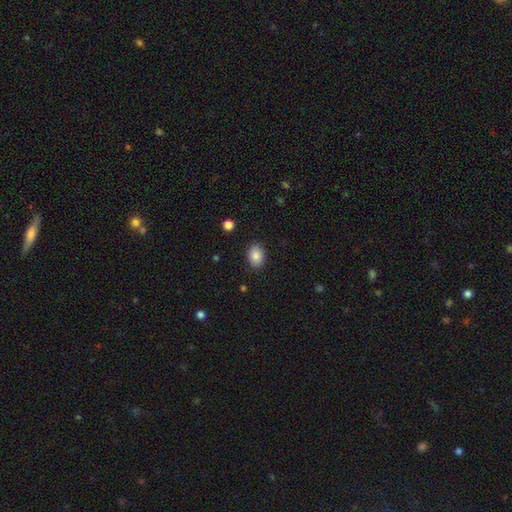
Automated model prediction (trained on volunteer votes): A smooth galaxy with no disk features (86%) that is in between round and cigar-shaped (76%).

Vote fractions:
- Smooth or featured? smooth: 86% / star or artifact: 8% / featured or disk: 6%
- How rounded? in between: 76% / round: 23% / cigar-shaped: 1%
- Merging? none: 86% / minor disturbance: 10% / major disturbance: 2% / merger: 1%